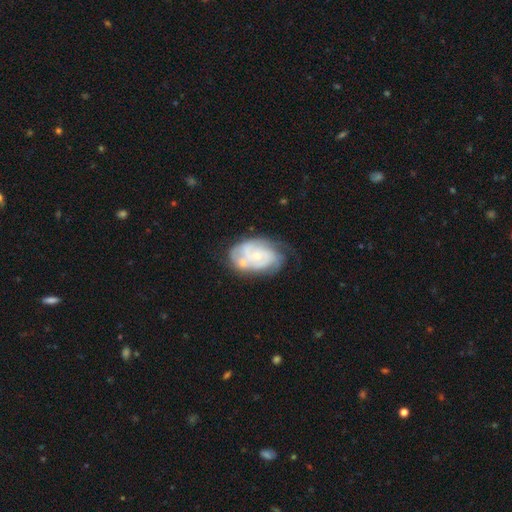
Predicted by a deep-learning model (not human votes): This appears to be a featured or disk galaxy (72%) with no bar (74%), tight (56%) spiral arms (83%) and a small central bulge (63%). Merging: none (51%).